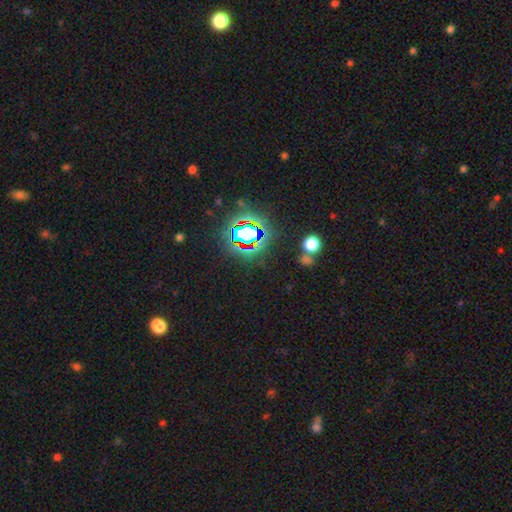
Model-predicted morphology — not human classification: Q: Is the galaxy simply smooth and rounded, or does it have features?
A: star or artifact — 81%.